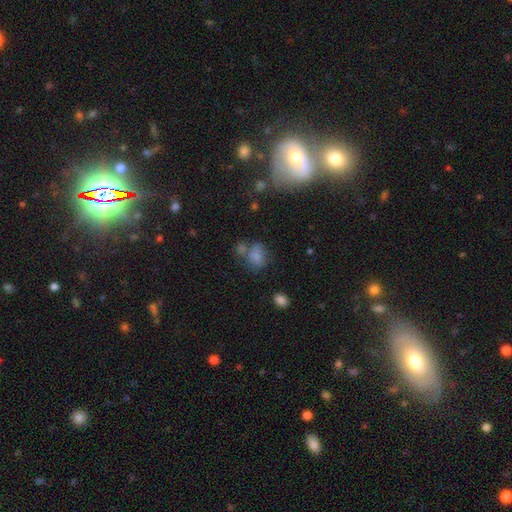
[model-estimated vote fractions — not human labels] Q: Smooth or featured?
A: smooth (75%); runner-up: star or artifact (13%)
Q: How rounded?
A: in between (59%); runner-up: round (40%)
Q: Merging?
A: none (42%); runner-up: merger (27%)